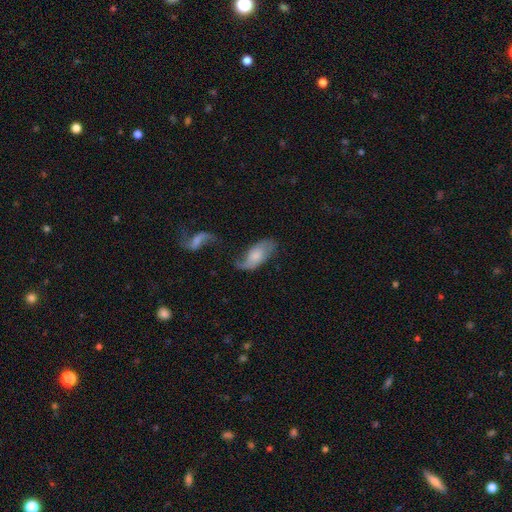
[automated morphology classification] Overall: smooth (49%; featured or disk 44%). Merging: none (42%; minor disturbance 27%).